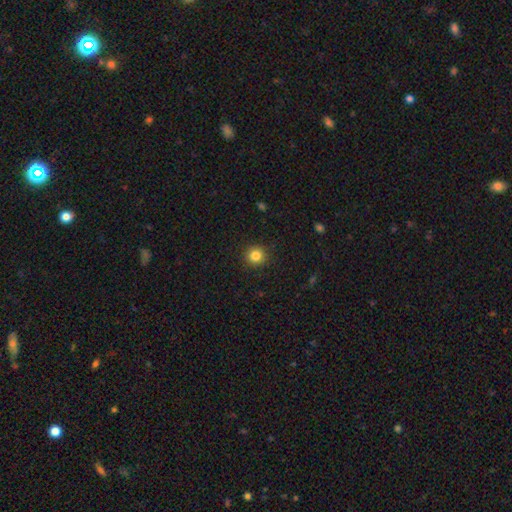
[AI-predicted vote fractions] This appears to be a smooth galaxy with no disk features (83%) that is round (94%). Merging: none (92%).